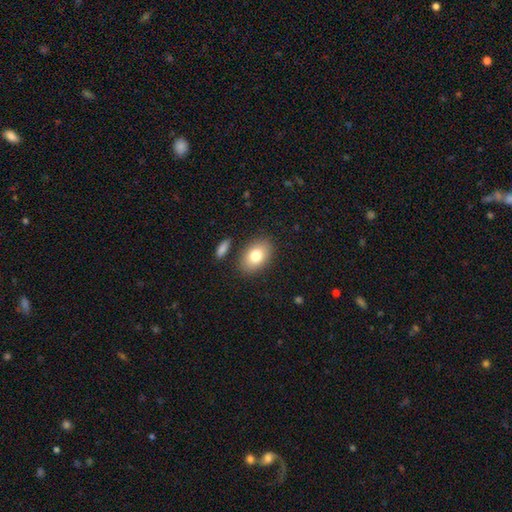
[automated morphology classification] This appears to be a smooth galaxy with no disk features (79%) that is in between round and cigar-shaped (85%). Merging: none (84%).